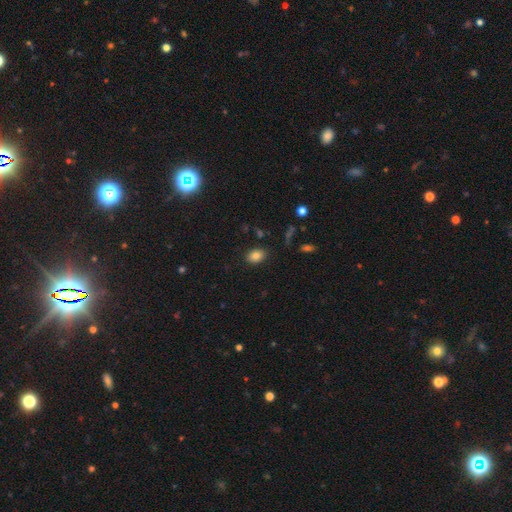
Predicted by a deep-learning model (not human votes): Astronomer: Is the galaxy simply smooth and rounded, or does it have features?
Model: smooth — 84%.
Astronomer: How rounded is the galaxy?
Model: in between — 76%.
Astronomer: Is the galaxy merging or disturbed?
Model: none — 86%.